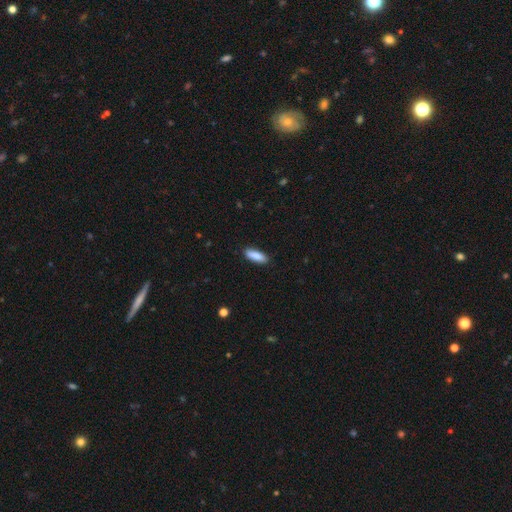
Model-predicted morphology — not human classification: Smooth or featured? Predicted: smooth (p=0.88). How rounded? Predicted: in between (p=0.58). Merging? Predicted: none (p=0.89).